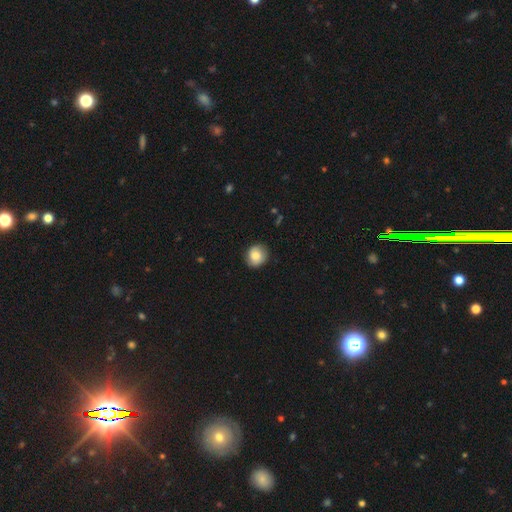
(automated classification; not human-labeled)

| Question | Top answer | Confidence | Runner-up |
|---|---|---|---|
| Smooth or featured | smooth | 77% | featured or disk (14%) |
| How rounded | round | 81% | in between (18%) |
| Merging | none | 83% | minor disturbance (13%) |